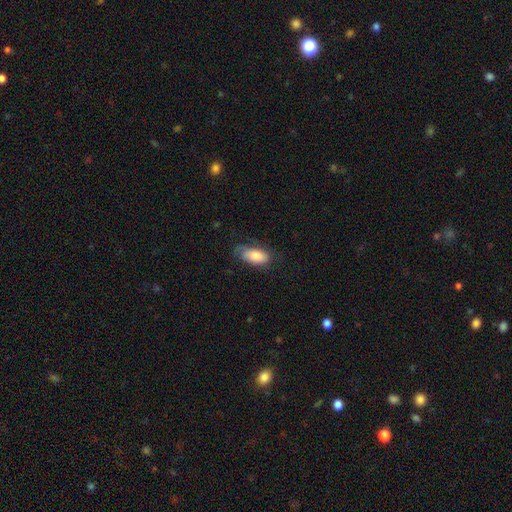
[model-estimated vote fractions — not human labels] Q: Smooth or featured?
A: smooth (74%); runner-up: featured or disk (20%)
Q: How rounded?
A: in between (91%); runner-up: cigar-shaped (6%)
Q: Merging?
A: none (57%); runner-up: minor disturbance (29%)